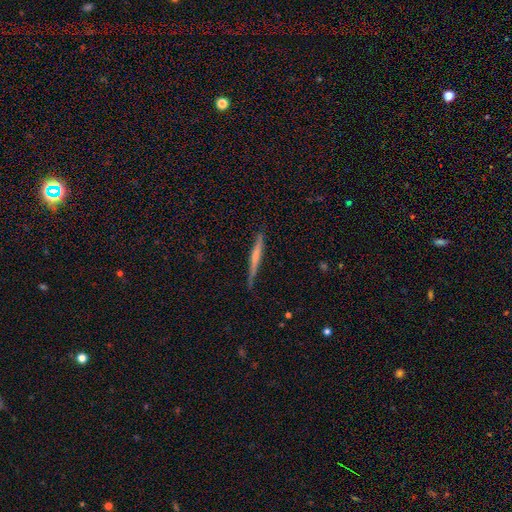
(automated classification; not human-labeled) Q: Smooth or featured?
A: featured or disk (51%); runner-up: smooth (43%)
Q: Edge-on disk?
A: yes (96%); runner-up: no (4%)
Q: Merging?
A: none (81%); runner-up: minor disturbance (15%)